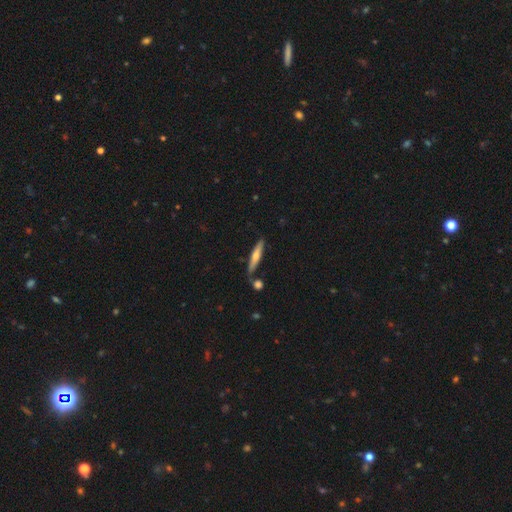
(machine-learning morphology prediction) A smooth galaxy with no disk features (51%) that is cigar-shaped (91%).

Vote fractions:
- Smooth or featured? smooth: 51% / featured or disk: 43% / star or artifact: 6%
- How rounded? cigar-shaped: 91% / in between: 8% / round: 2%
- Merging? none: 80% / minor disturbance: 11% / merger: 7% / major disturbance: 2%